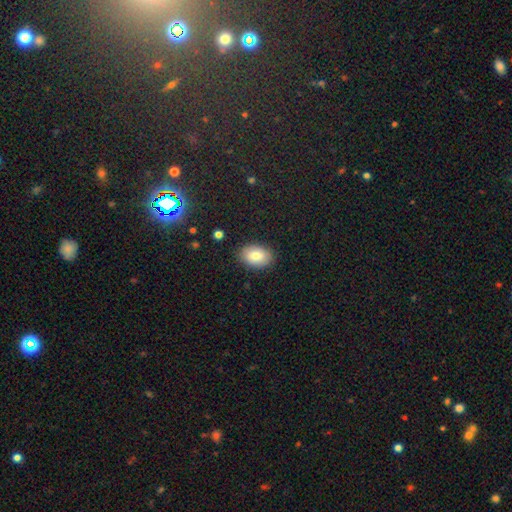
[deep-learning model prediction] Q: Smooth or featured?
A: smooth (81%); runner-up: featured or disk (12%)
Q: How rounded?
A: in between (85%); runner-up: round (14%)
Q: Merging?
A: none (87%); runner-up: minor disturbance (10%)